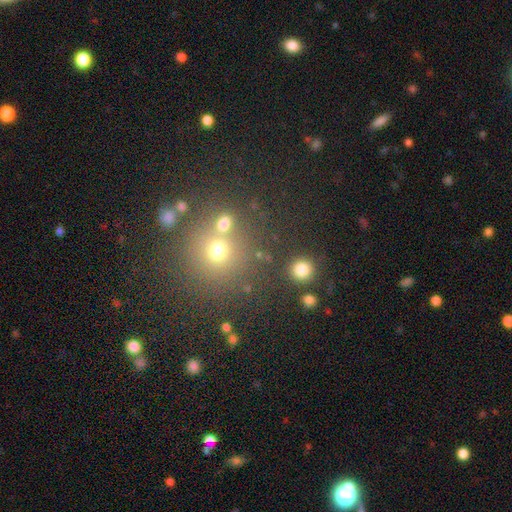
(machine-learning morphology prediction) smooth_or_featured: smooth (p=0.60) [alt: star or artifact p=0.29]
how_rounded: round (p=0.90) [alt: in between p=0.09]
merging: none (p=0.70) [alt: merger p=0.18]